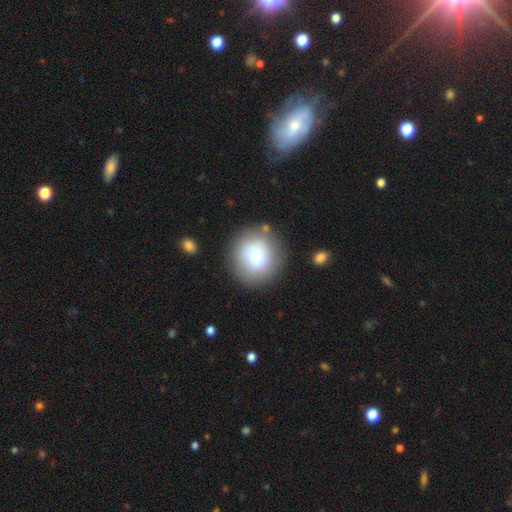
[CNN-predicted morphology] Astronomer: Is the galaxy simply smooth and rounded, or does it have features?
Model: smooth — 75%.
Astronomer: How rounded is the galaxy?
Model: round — 87%.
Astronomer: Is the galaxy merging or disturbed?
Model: none — 73%.